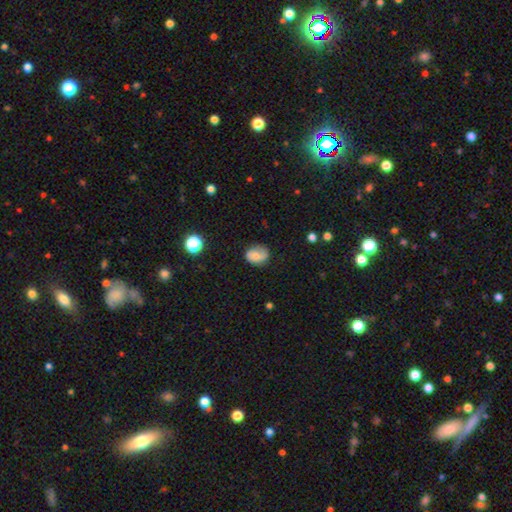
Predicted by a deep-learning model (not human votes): A smooth galaxy with no disk features (61%) that is round (51%). Merging: none (69%).